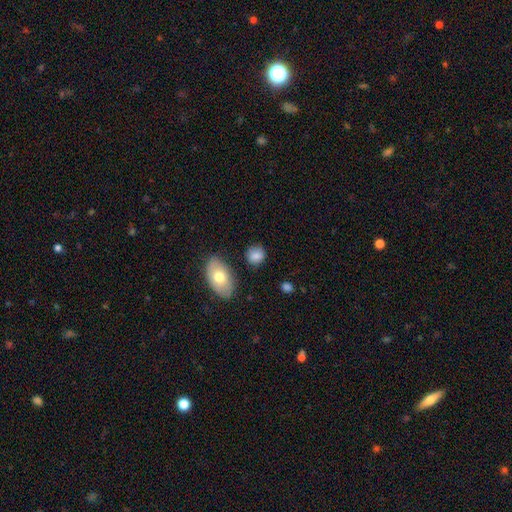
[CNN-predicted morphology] A smooth galaxy with no disk features (82%) that is round (68%). Merging: none (79%).